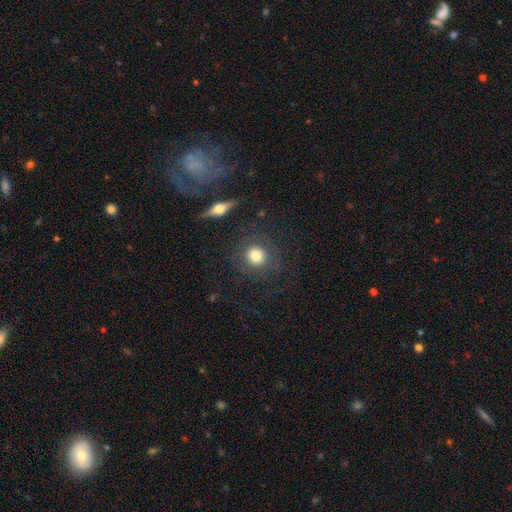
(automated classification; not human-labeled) Smooth or featured? Predicted: smooth (p=0.74). How rounded? Predicted: round (p=0.90). Merging? Predicted: none (p=0.81).